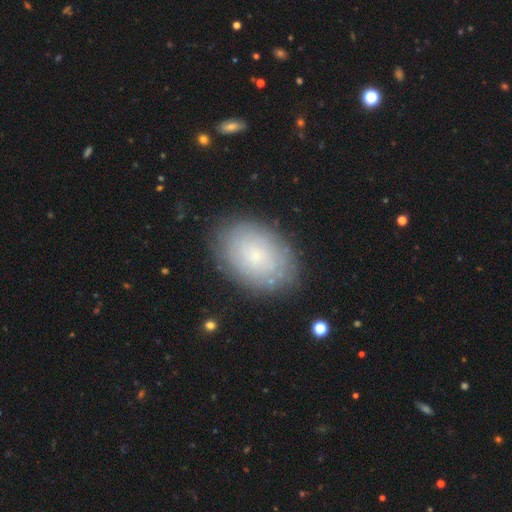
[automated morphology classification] The model was most divided on "smooth or featured": smooth: 52%, featured or disk: 39%, star or artifact: 9%. More confident: how rounded — in between (85%); merging — none (81%).